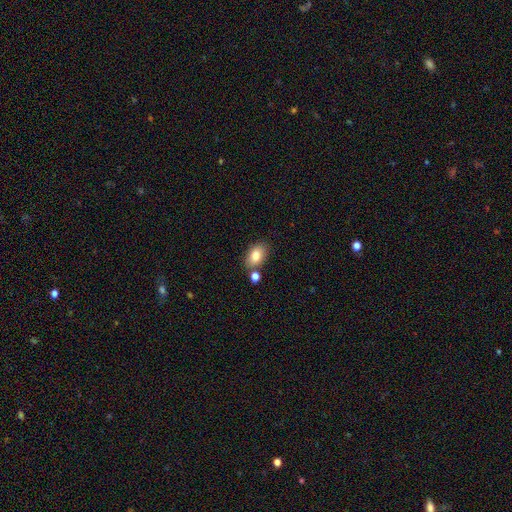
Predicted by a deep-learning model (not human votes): Morphology: type=smooth (81%); roundness=in between (87%); merging=none (72%).